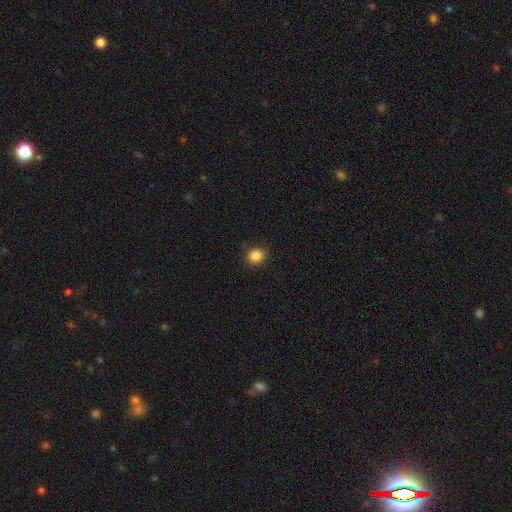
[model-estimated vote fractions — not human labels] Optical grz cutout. It shows a smooth galaxy with no disk features (86%) that is round (80%). Merging: none (89%).